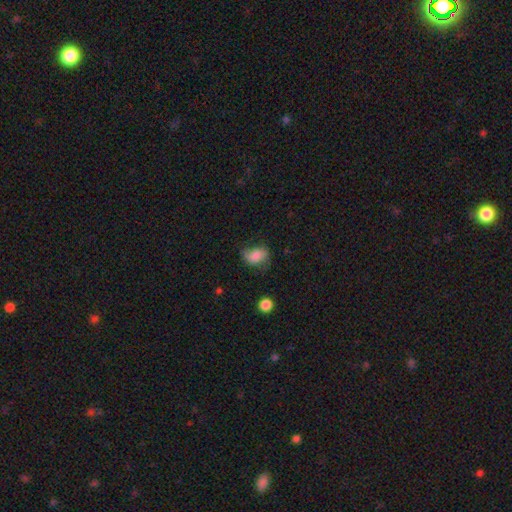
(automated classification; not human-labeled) Smooth or featured? smooth (64%)
How rounded? in between (67%)
Merging? none (57%)